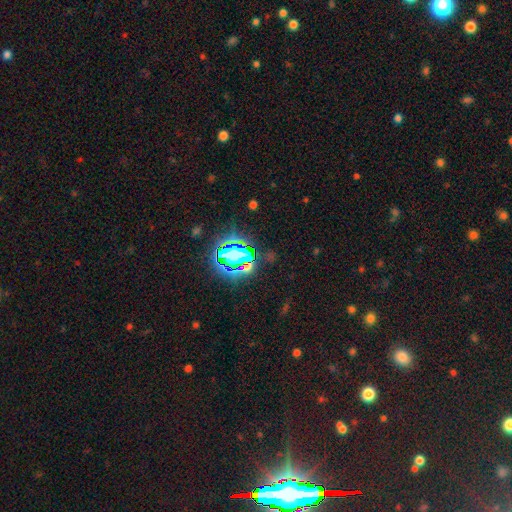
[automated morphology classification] type=star or artifact (83%).